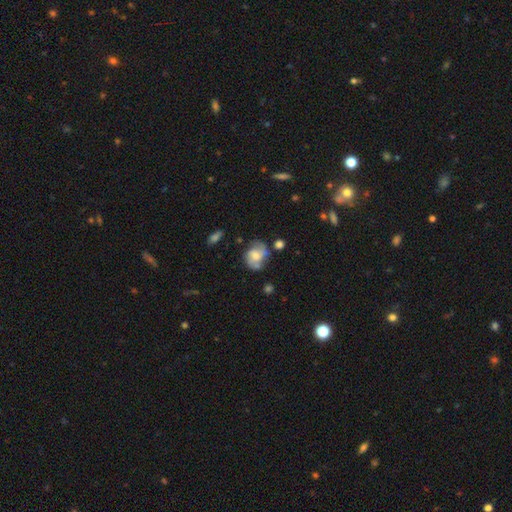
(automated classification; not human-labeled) Smooth or featured? Predicted: featured or disk (p=0.48). Merging? Predicted: none (p=0.53).